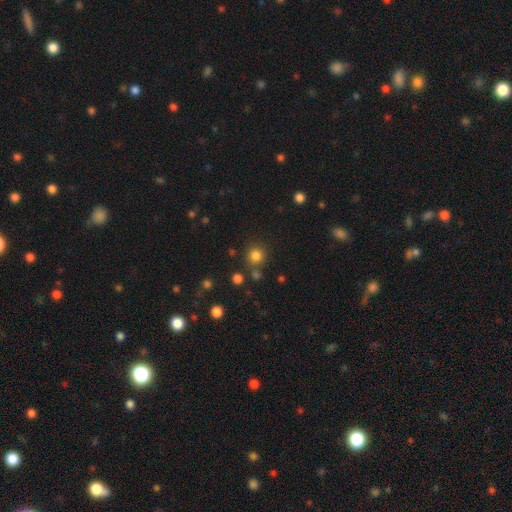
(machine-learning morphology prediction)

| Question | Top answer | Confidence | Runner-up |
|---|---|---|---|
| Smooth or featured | smooth | 80% | star or artifact (15%) |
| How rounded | round | 92% | in between (8%) |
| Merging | none | 78% | merger (9%) |